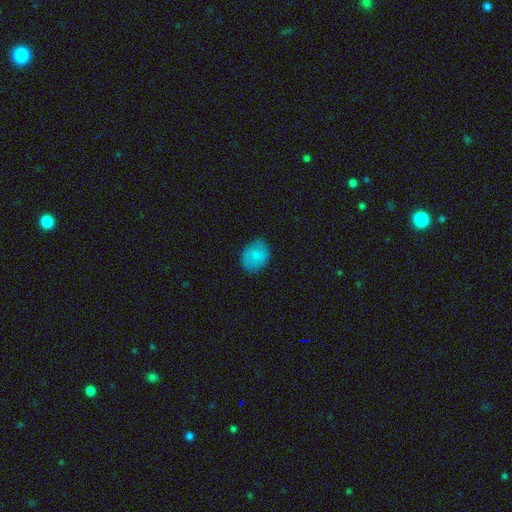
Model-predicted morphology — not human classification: This is likely a smooth galaxy (78%). How rounded: possibly in between (55%). Merging: clearly none (82%).